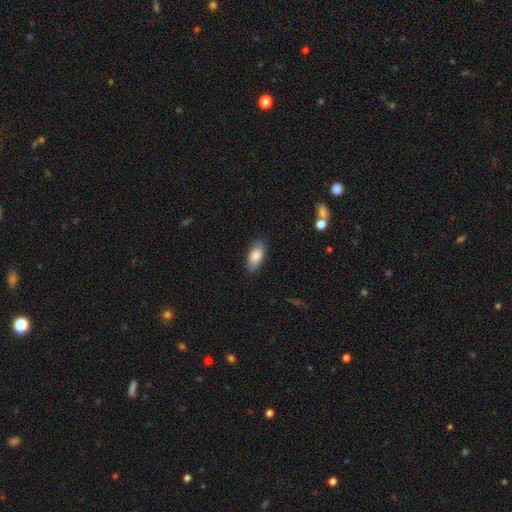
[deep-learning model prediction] Smooth or featured? smooth (82%)
How rounded? in between (91%)
Merging? none (82%)